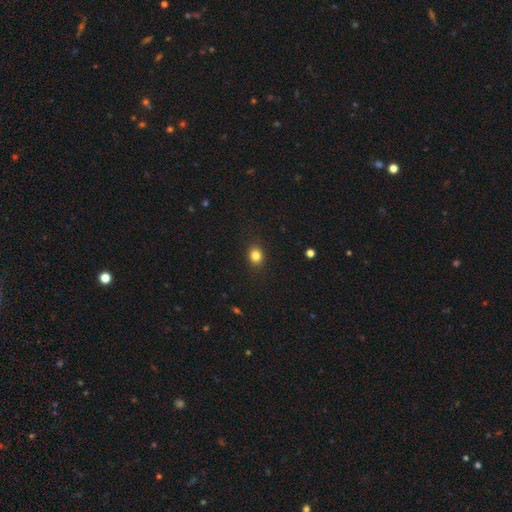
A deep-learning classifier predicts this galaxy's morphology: Smooth or featured? smooth (83%)
How rounded? round (68%)
Merging? none (89%)